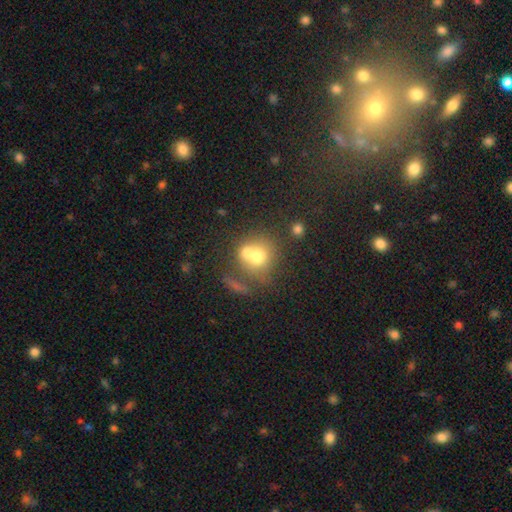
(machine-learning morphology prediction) Smooth or featured? Predicted: smooth (p=0.66). How rounded? Predicted: round (p=0.80). Merging? Predicted: merger (p=0.50).